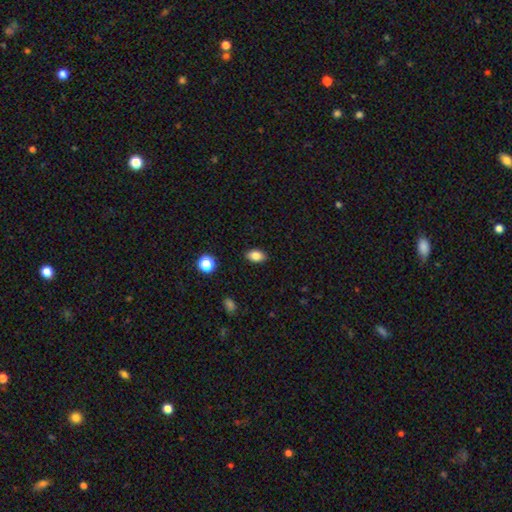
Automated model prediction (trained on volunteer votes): Smooth or featured? smooth (83%)
How rounded? in between (86%)
Merging? none (88%)